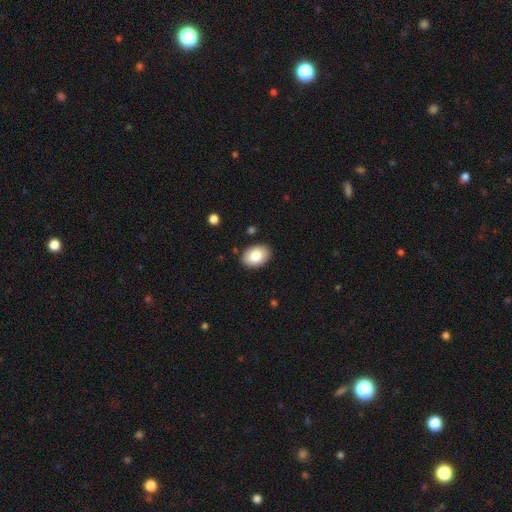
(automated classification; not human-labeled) Smooth or featured?
  - smooth: 83% *
  - featured or disk: 10%
  - star or artifact: 7%
How rounded?
  - in between: 83% *
  - round: 16%
  - cigar-shaped: 1%
Merging?
  - none: 88% *
  - minor disturbance: 9%
  - major disturbance: 2%
  - merger: 1%